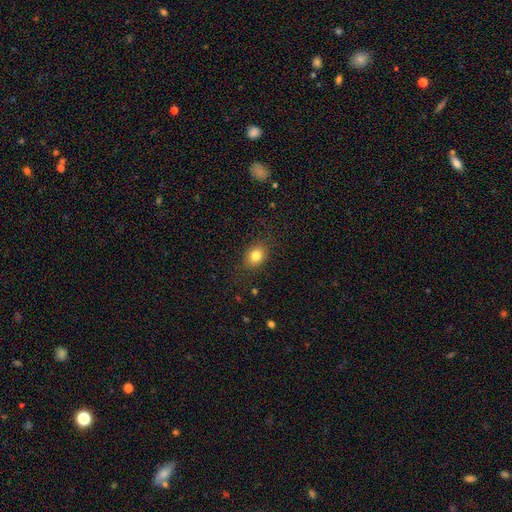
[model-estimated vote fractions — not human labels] Smooth or featured: smooth — 82% (star or artifact — 10%)
How rounded: in between — 57% (round — 42%)
Merging: none — 84% (minor disturbance — 12%)